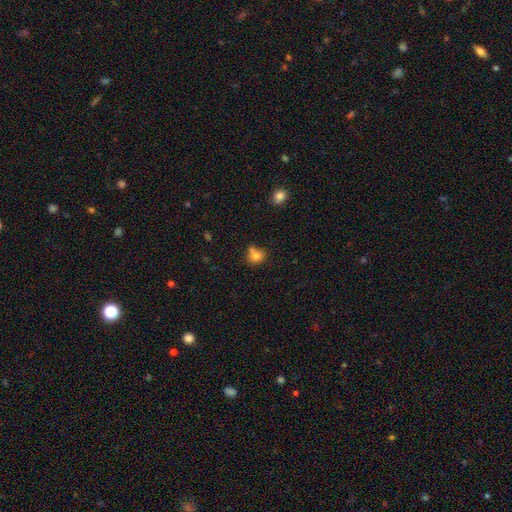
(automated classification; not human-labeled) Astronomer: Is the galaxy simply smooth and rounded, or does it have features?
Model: smooth — 78%.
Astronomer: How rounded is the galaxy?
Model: round — 70%.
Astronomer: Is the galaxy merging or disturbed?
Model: none — 47% (runner-up: merger, 34%).